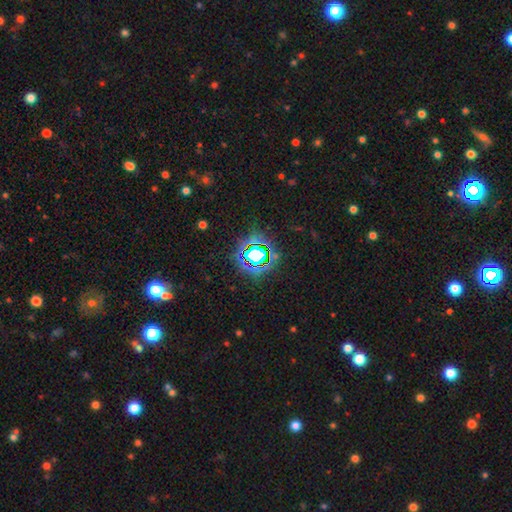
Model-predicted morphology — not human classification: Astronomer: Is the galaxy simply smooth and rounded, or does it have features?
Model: star or artifact — 71%.